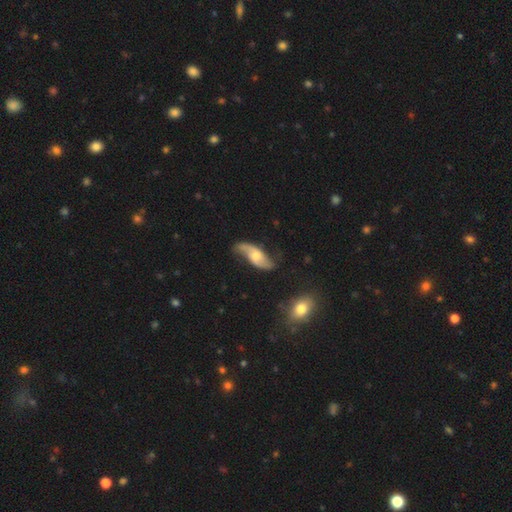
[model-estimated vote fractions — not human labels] A featured or disk galaxy (76%) with no bar (58%), 2 (89%) loose (72%) spiral arms (93%) and a moderate central bulge (51%).

Vote fractions:
- Smooth or featured? featured or disk: 76% / smooth: 19% / star or artifact: 5%
- Edge-on disk? no: 92% / yes: 8%
- Bar? no: 58% / weak: 34% / strong: 8%
- Spiral arms? yes: 93% / no: 7%
- Spiral winding? loose: 72% / medium: 21% / tight: 7%
- Spiral arm count? 2: 89% / can't tell: 4% / 1: 4% / 3: 1% / 4: 1% / more than 4: 1%
- Bulge size? moderate: 51% / small: 37% / large: 6% / none: 5% / dominant: 1%
- Merging? none: 63% / minor disturbance: 23% / major disturbance: 11% / merger: 3%